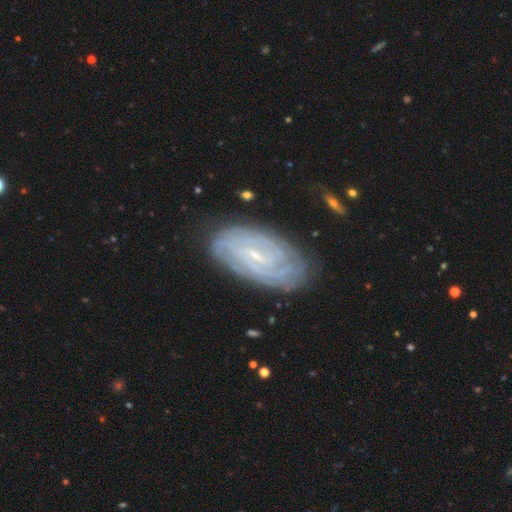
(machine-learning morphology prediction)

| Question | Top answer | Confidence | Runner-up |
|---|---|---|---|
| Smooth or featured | featured or disk | 84% | smooth (9%) |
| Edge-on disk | no | 95% | yes (5%) |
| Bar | weak | 46% | no (32%) |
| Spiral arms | yes | 96% | no (4%) |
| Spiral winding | tight | 79% | medium (17%) |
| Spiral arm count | can't tell | 33% | 2 (22%) |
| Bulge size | small | 81% | moderate (13%) |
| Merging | none | 81% | minor disturbance (14%) |